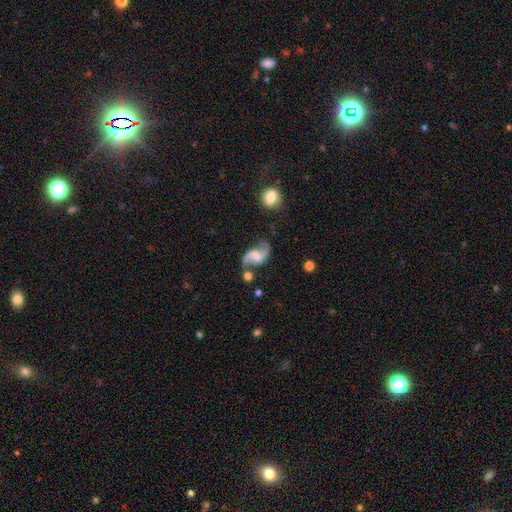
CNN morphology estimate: This is clearly a featured or disk galaxy (85%). It is clearly not viewed edge-on (98%). Bar: possibly weak (47%). Spiral arm pattern: clearly yes (96%). Spiral arm count: clearly 2 (93%). Spiral winding: likely loose (77%). Central bulge: marginally none (34%). Merging: likely none (68%).